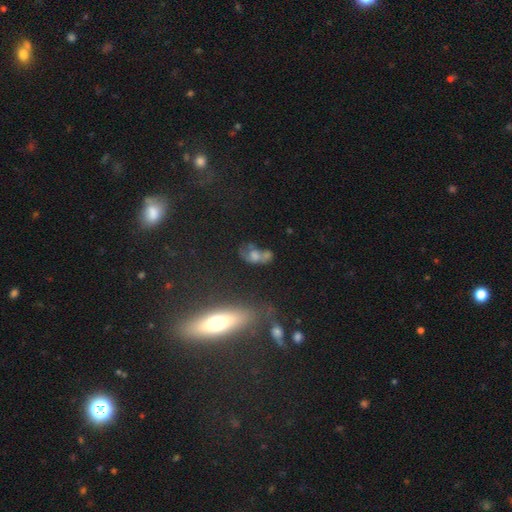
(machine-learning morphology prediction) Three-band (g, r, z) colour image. It shows a smooth galaxy with no disk features (52%) that is in between round and cigar-shaped (71%). Merging: merger (41%).